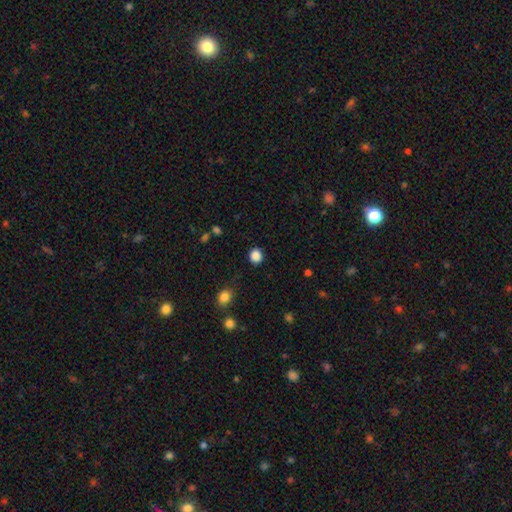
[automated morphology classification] Smooth or featured? Predicted: smooth (p=0.87). How rounded? Predicted: round (p=0.86). Merging? Predicted: none (p=0.89).